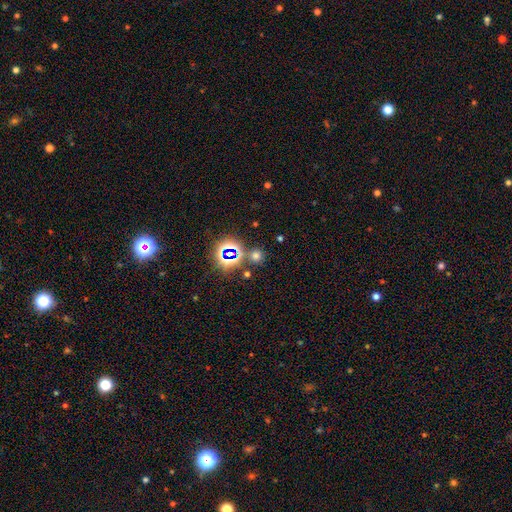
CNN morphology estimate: smooth-or-featured: smooth: 57% | star or artifact: 36% | featured or disk: 7%
  how-rounded: round: 89% | in between: 9% | cigar-shaped: 1%
  merging: none: 78% | merger: 10% | minor disturbance: 8% | major disturbance: 4%